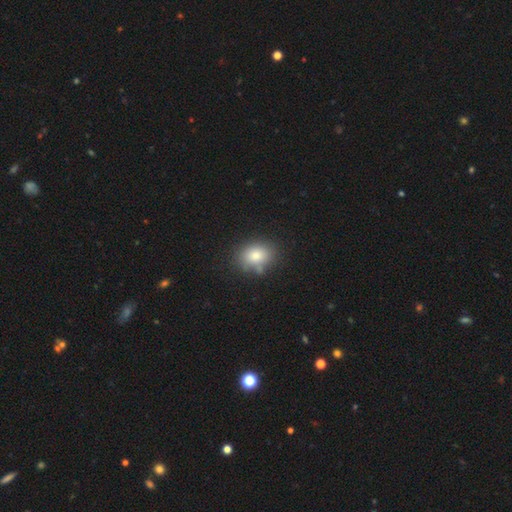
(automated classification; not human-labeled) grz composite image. It shows a smooth galaxy with no disk features (80%) that is in between round and cigar-shaped (67%). Merging: none (71%).